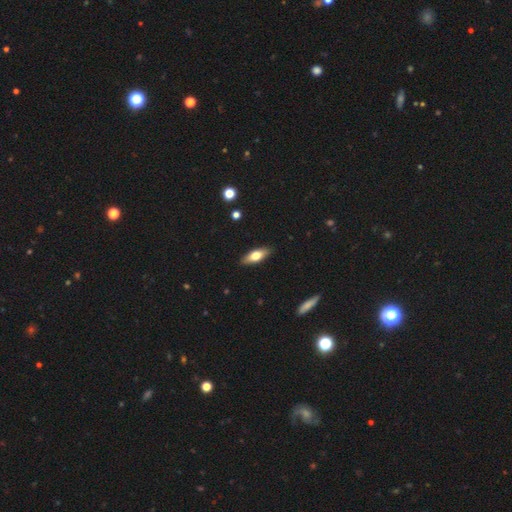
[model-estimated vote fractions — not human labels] This is likely a smooth galaxy (64%). How rounded: likely in between (70%). Merging: clearly none (89%).